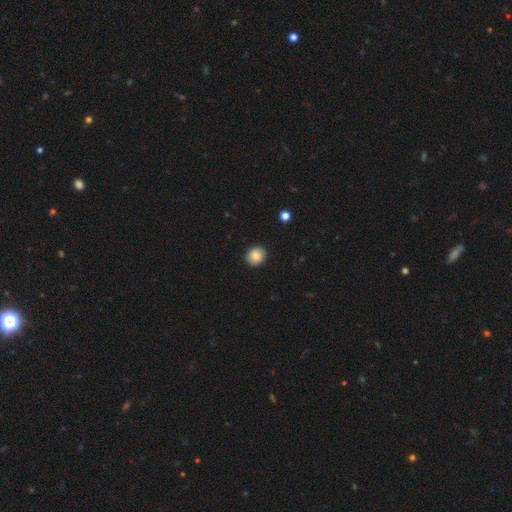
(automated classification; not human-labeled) Overall: smooth (87%). How rounded: round (78%). Merging: none (90%).